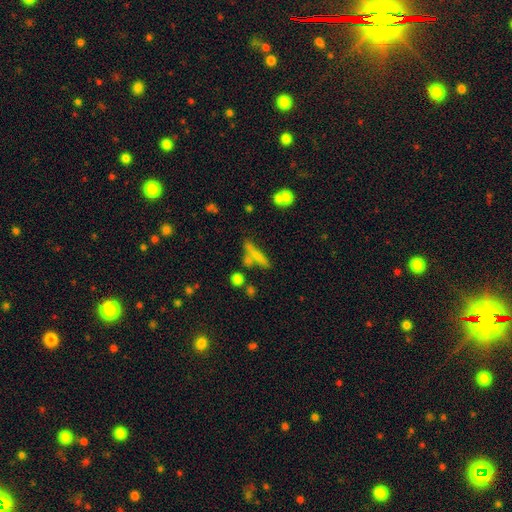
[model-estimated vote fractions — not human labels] Overall: smooth (64%; featured or disk 26%). How rounded: cigar-shaped (80%). Merging: none (57%; merger 20%).